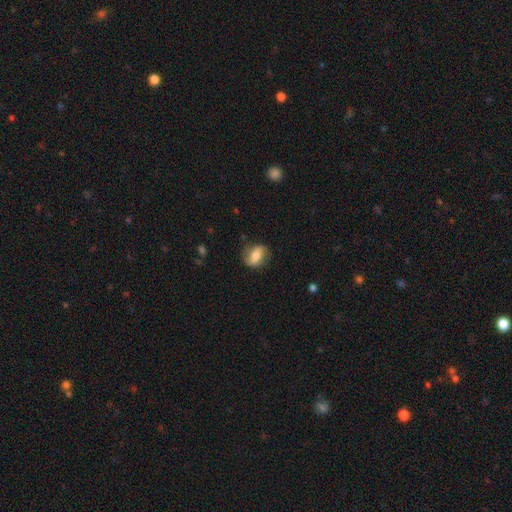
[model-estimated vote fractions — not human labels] This is likely a smooth galaxy (64%). How rounded: likely in between (67%). Merging: likely none (75%).